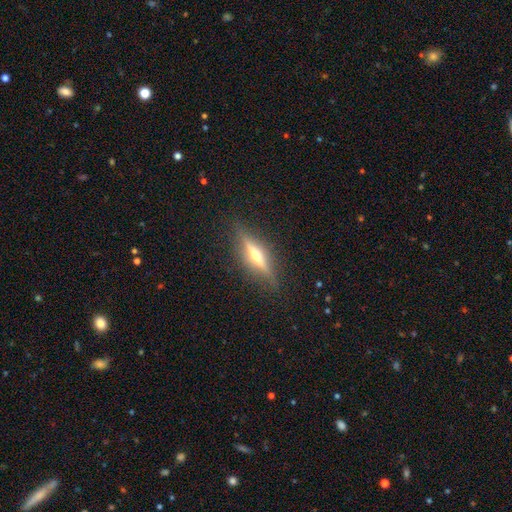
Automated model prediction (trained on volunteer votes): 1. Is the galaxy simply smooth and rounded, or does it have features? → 71% featured or disk, 22% smooth, 7% star or artifact.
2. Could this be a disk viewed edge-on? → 95% yes, 5% no.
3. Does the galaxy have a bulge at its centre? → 86% rounded, 7% none, 6% boxy.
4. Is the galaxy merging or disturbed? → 87% none, 9% minor disturbance, 3% major disturbance, 1% merger.